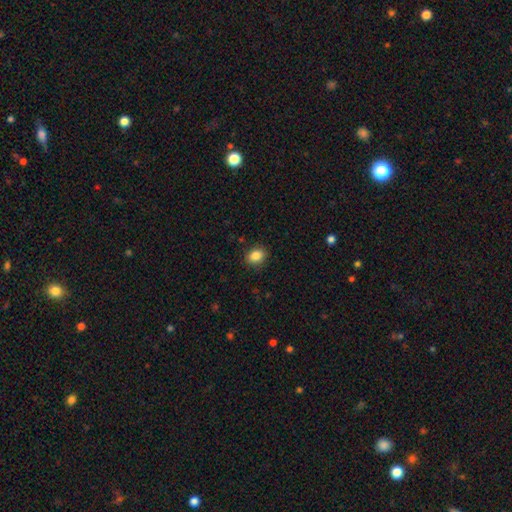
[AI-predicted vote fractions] smooth-or-featured: smooth: 86% | star or artifact: 9% | featured or disk: 4%
  how-rounded: round: 50% | in between: 49% | cigar-shaped: 1%
  merging: none: 89% | minor disturbance: 8% | major disturbance: 2% | merger: 1%